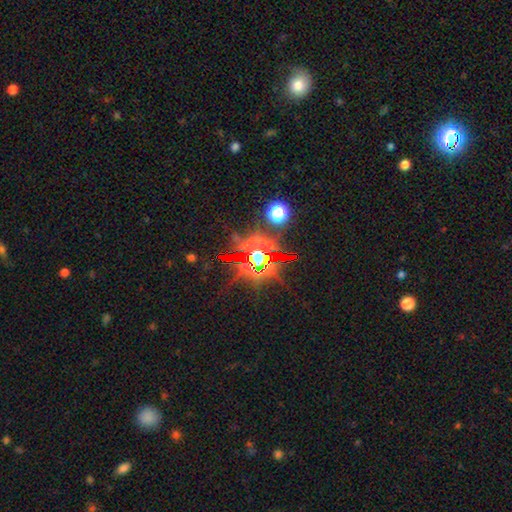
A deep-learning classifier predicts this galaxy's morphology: Overall: star or artifact (78%).